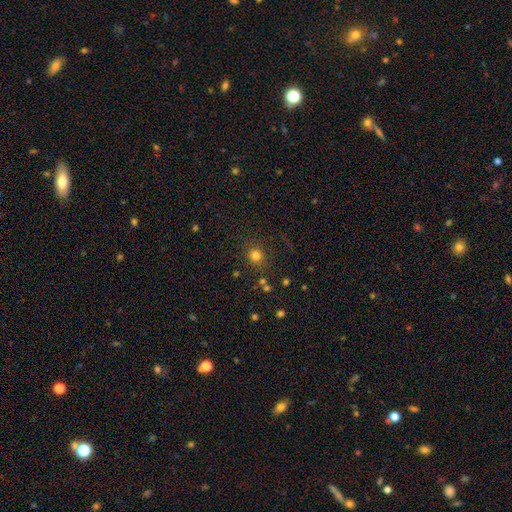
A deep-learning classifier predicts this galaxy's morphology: Smooth or featured? Predicted: smooth (p=0.78). How rounded? Predicted: round (p=0.90). Merging? Predicted: none (p=0.84).